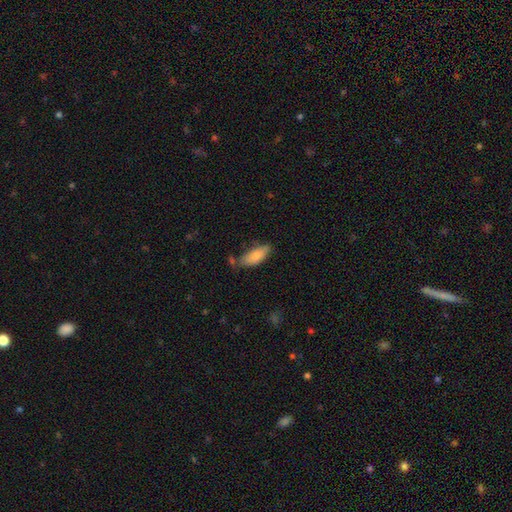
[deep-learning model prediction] Smooth or featured: smooth — 84% (featured or disk — 10%)
How rounded: in between — 79% (cigar-shaped — 19%)
Merging: none — 61% (minor disturbance — 26%)